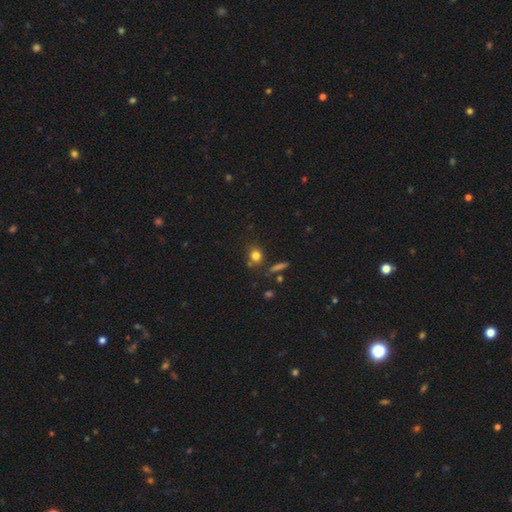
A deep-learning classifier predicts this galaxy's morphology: A smooth galaxy with no disk features (79%) that is round (72%).

Vote fractions:
- Smooth or featured? smooth: 79% / star or artifact: 13% / featured or disk: 8%
- How rounded? round: 72% / in between: 25% / cigar-shaped: 2%
- Merging? none: 74% / minor disturbance: 13% / merger: 8% / major disturbance: 4%